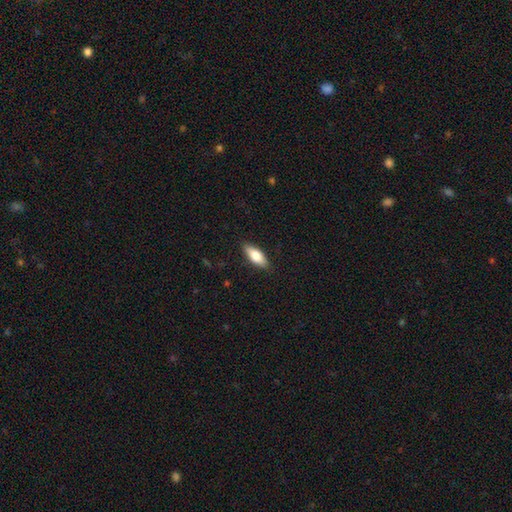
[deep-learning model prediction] smooth_or_featured: smooth (p=0.75) [alt: featured or disk p=0.19]
how_rounded: in between (p=0.71) [alt: cigar-shaped p=0.26]
merging: none (p=0.88) [alt: minor disturbance p=0.09]